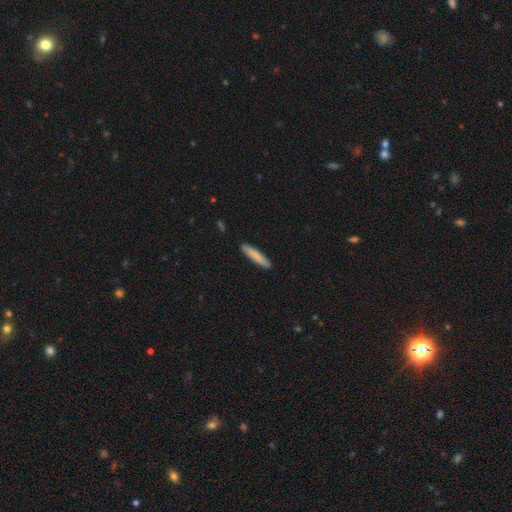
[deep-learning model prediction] smooth 82%, featured or disk 13%, star or artifact 5%. Down the decision tree: how rounded — cigar-shaped (90%); merging — none (90%).